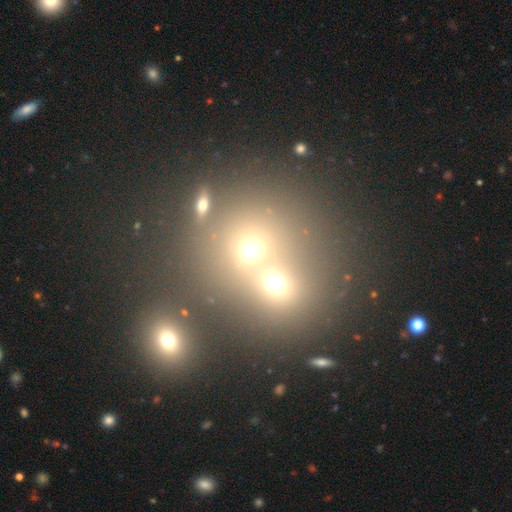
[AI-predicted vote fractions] Smooth or featured?
  - smooth: 56% *
  - star or artifact: 26%
  - featured or disk: 18%
How rounded?
  - round: 80% *
  - in between: 19%
  - cigar-shaped: 1%
Merging?
  - merger: 58% *
  - none: 33%
  - minor disturbance: 6%
  - major disturbance: 3%